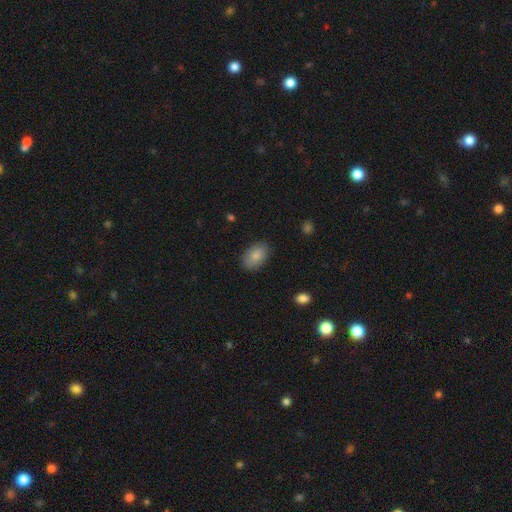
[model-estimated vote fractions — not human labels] A smooth galaxy with no disk features (82%) that is in between round and cigar-shaped (89%).

Vote fractions:
- Smooth or featured? smooth: 82% / featured or disk: 10% / star or artifact: 7%
- How rounded? in between: 89% / round: 10% / cigar-shaped: 1%
- Merging? none: 84% / minor disturbance: 12% / major disturbance: 3% / merger: 1%